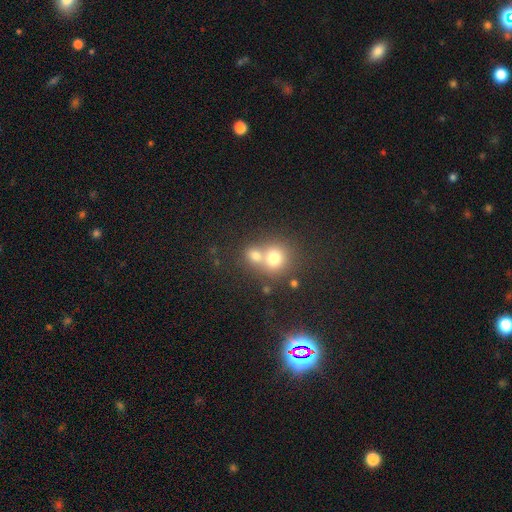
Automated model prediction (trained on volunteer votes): Overall: smooth (72%). How rounded: round (74%). Merging: merger (59%; none 31%).